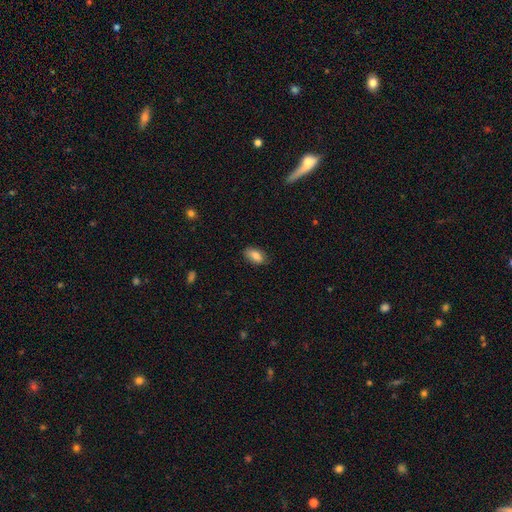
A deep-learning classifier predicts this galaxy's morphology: A smooth galaxy with no disk features (82%) that is in between round and cigar-shaped (90%).

Vote fractions:
- Smooth or featured? smooth: 82% / featured or disk: 10% / star or artifact: 8%
- How rounded? in between: 90% / round: 6% / cigar-shaped: 4%
- Merging? none: 83% / minor disturbance: 14% / major disturbance: 2% / merger: 1%